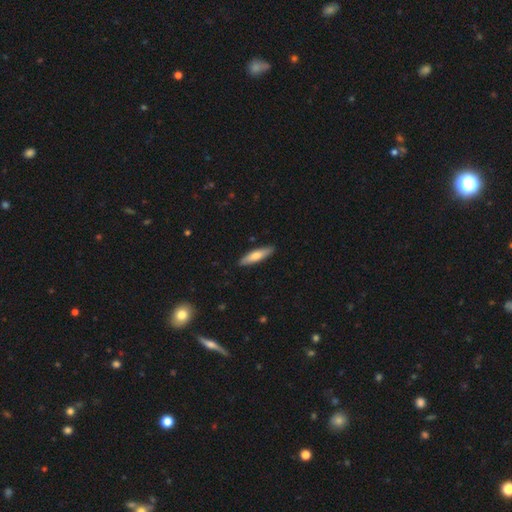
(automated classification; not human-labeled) smooth_or_featured: smooth (p=0.68) [alt: featured or disk p=0.26]
how_rounded: cigar-shaped (p=0.74) [alt: in between p=0.24]
merging: none (p=0.89) [alt: minor disturbance p=0.08]